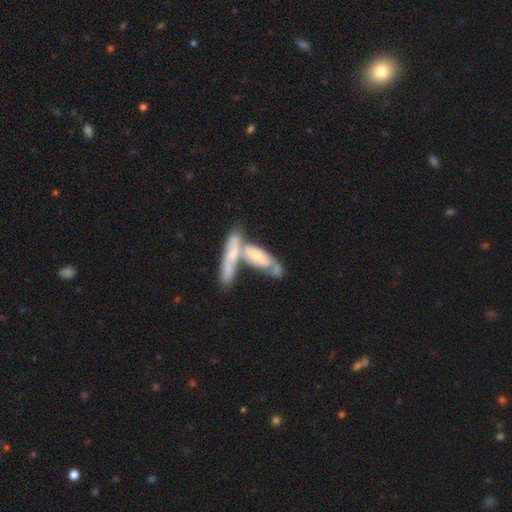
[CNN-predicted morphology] featured or disk 57%, smooth 36%, star or artifact 7%. Down the decision tree: edge-on disk — no (64%); merging — merger (62%).